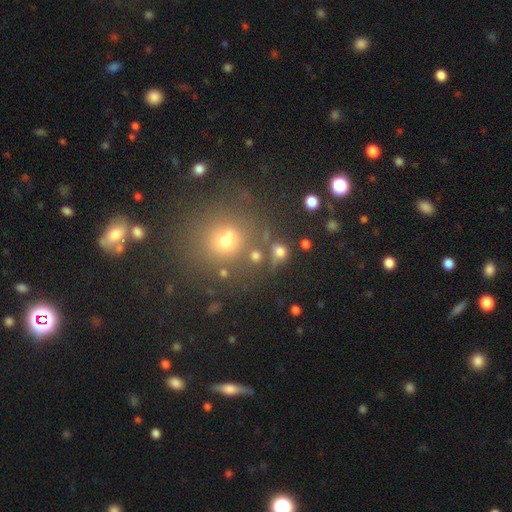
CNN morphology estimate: Smooth or featured? Predicted: smooth (p=0.68). How rounded? Predicted: round (p=0.81). Merging? Predicted: none (p=0.63).